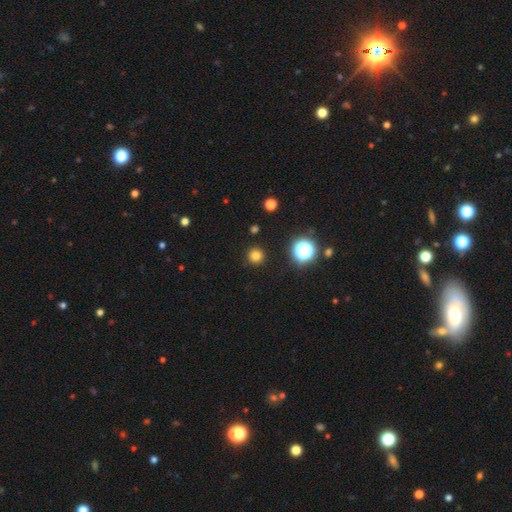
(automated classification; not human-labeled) Overall: smooth (78%). How rounded: round (96%). Merging: none (92%).